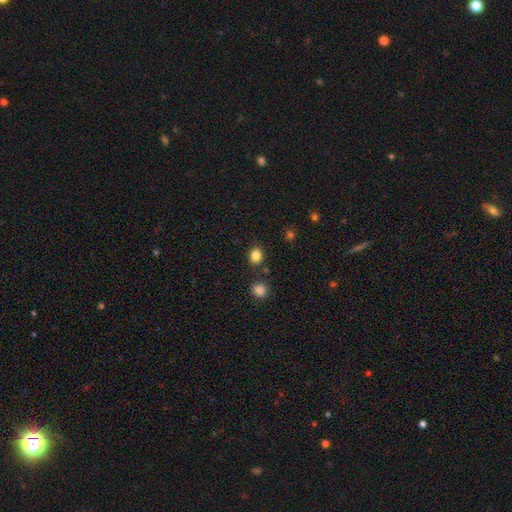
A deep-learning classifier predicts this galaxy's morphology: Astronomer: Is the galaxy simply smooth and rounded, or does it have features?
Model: smooth — 84%.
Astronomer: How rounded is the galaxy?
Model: round — 69%.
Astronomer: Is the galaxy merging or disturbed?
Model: none — 85%.